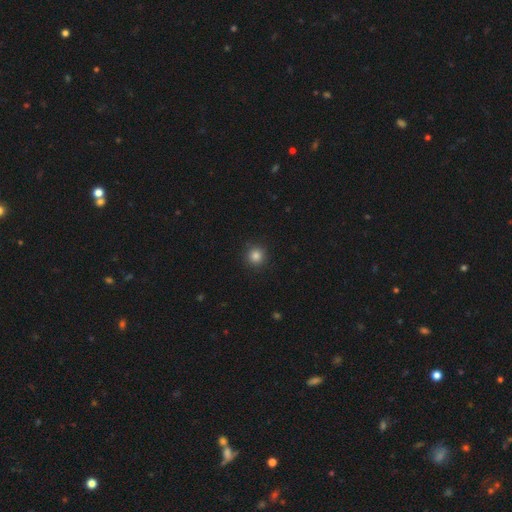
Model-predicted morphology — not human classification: This is clearly a smooth galaxy (84%). How rounded: clearly round (95%). Merging: clearly none (92%).